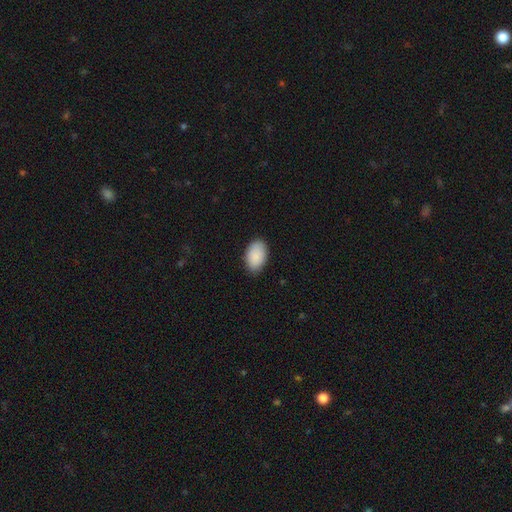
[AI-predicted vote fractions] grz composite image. It shows a smooth galaxy with no disk features (89%) that is in between round and cigar-shaped (92%). Merging: none (82%).